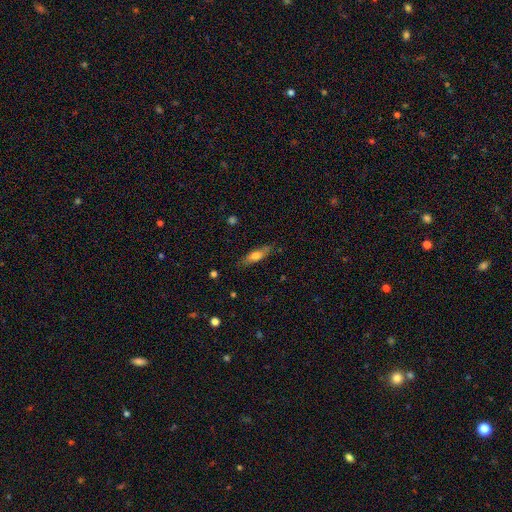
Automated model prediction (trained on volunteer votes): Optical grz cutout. It shows a smooth galaxy with no disk features (62%) that is cigar-shaped (53%). Merging: none (79%).